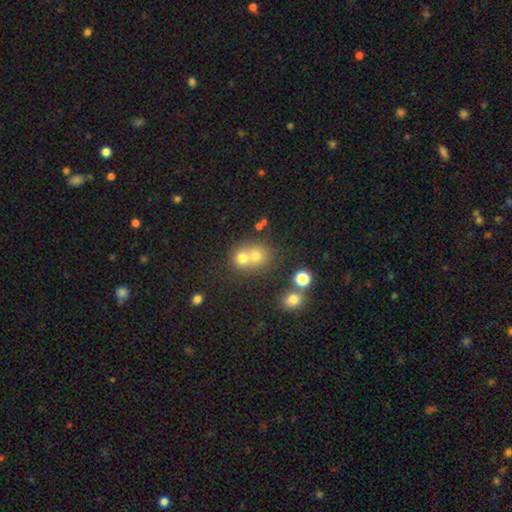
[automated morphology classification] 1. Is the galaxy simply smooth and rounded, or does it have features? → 69% smooth, 17% star or artifact, 14% featured or disk.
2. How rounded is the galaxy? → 80% round, 19% in between, 1% cigar-shaped.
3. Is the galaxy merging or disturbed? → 55% merger, 36% none, 6% minor disturbance, 3% major disturbance.